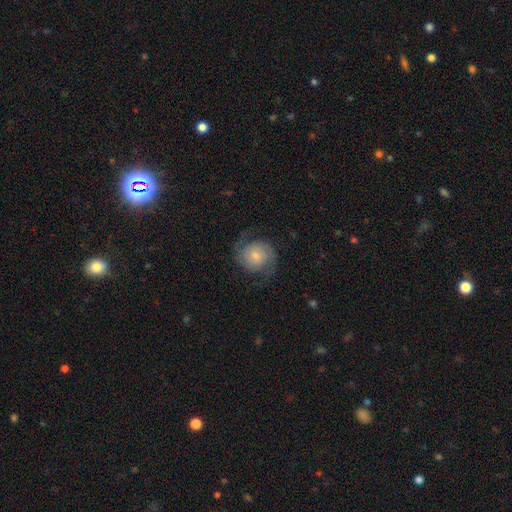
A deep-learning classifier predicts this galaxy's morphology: smooth-or-featured: featured or disk: 70% | smooth: 22% | star or artifact: 7%
  disk-edge-on: no: 98% | yes: 2%
    bar: no: 69% | weak: 26% | strong: 4%
    has-spiral-arms: yes: 94% | no: 6%
      spiral-winding: medium: 41% | tight: 36% | loose: 22%
      spiral-arm-count: 2: 88% | can't tell: 5% | 3: 2% | 1: 2% | 4: 1% | more than 4: 1%
    bulge-size: small: 52% | moderate: 38% | large: 5% | none: 4% | dominant: 2%
  merging: none: 72% | minor disturbance: 16% | major disturbance: 11% | merger: 1%